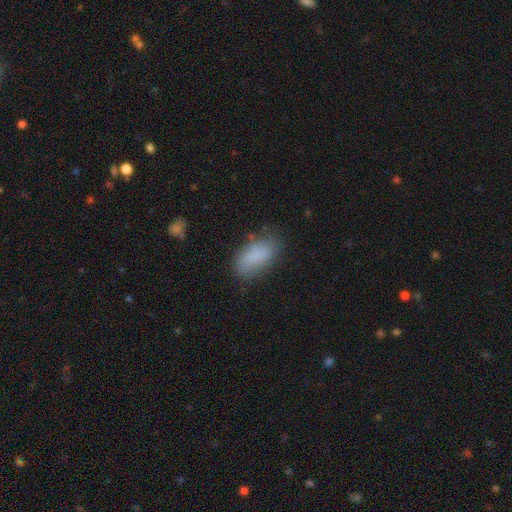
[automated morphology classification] smooth_or_featured: smooth (p=0.83) [alt: featured or disk p=0.09]
how_rounded: in between (p=0.90) [alt: cigar-shaped p=0.06]
merging: none (p=0.70) [alt: minor disturbance p=0.21]